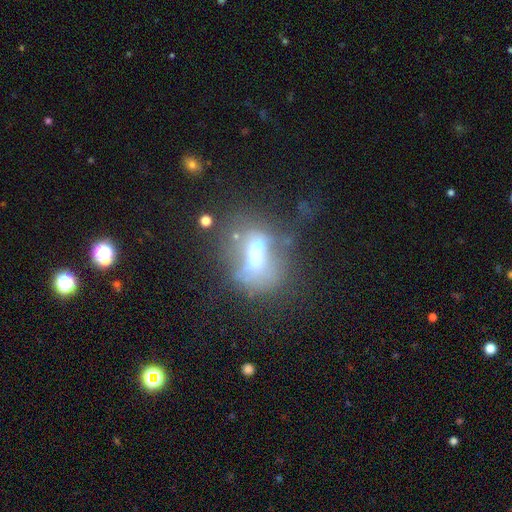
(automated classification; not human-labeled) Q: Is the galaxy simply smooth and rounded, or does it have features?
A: featured or disk — 47%.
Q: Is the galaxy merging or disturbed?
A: merger — 32%.